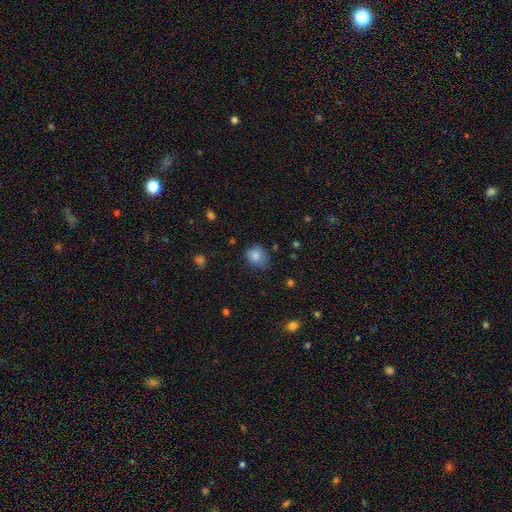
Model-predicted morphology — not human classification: smooth 83%, star or artifact 9%, featured or disk 7%. Down the decision tree: how rounded — round (60%); merging — none (59%).